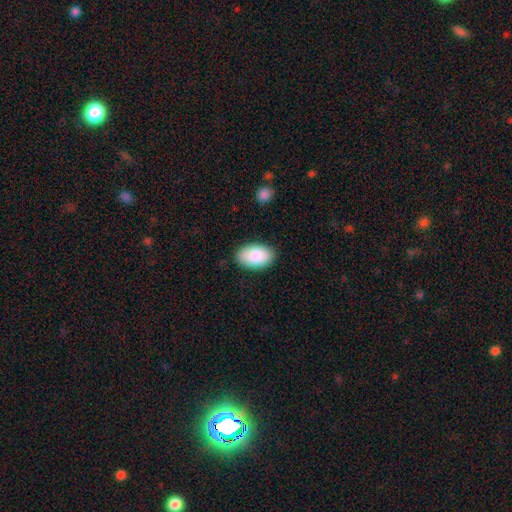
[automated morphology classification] Q: Smooth or featured?
A: smooth (87%); runner-up: featured or disk (7%)
Q: How rounded?
A: in between (94%); runner-up: round (5%)
Q: Merging?
A: none (86%); runner-up: minor disturbance (10%)